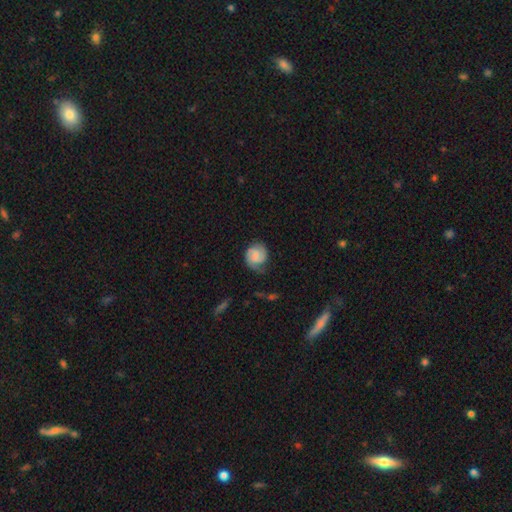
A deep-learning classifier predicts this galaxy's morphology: type=featured or disk (63%); edge-on=no (98%); bar=no (50%); spiral arms=yes (94%); winding=tight (45%); arm count=2 (72%); bulge=none (42%); merging=none (66%).